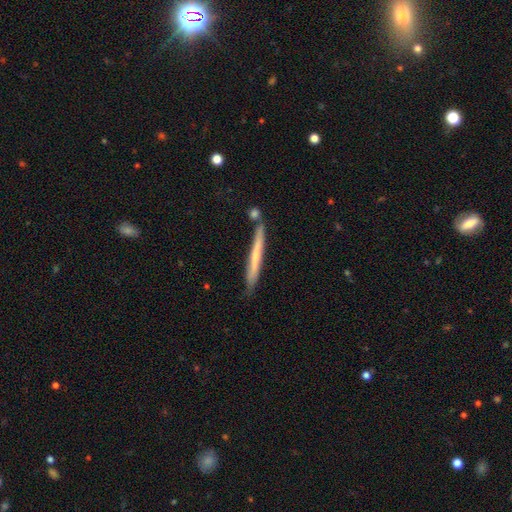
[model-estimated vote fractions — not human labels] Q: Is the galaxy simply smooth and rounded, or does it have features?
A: smooth — 49%.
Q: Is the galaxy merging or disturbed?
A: none — 79%.